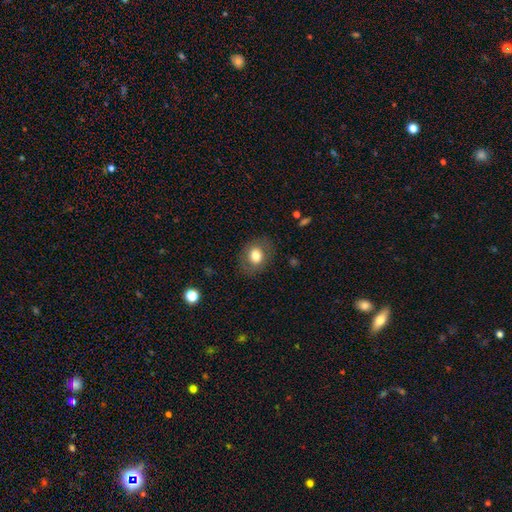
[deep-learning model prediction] The model was most divided on "how rounded": round: 52%, in between: 47%, cigar-shaped: 1%. More confident: merging — none (82%); smooth or featured — smooth (75%).